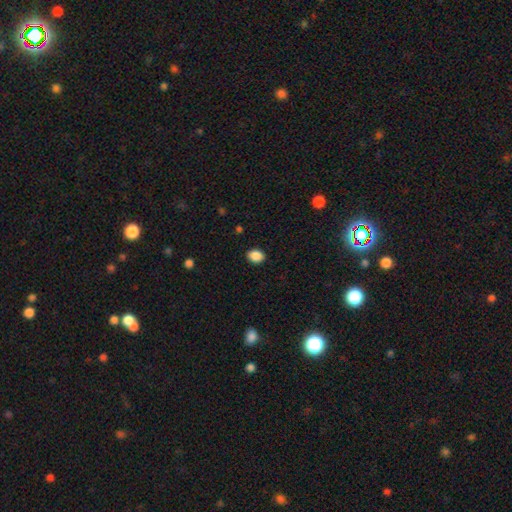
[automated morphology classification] This is clearly a smooth galaxy (89%). How rounded: possibly in between (59%). Merging: clearly none (90%).